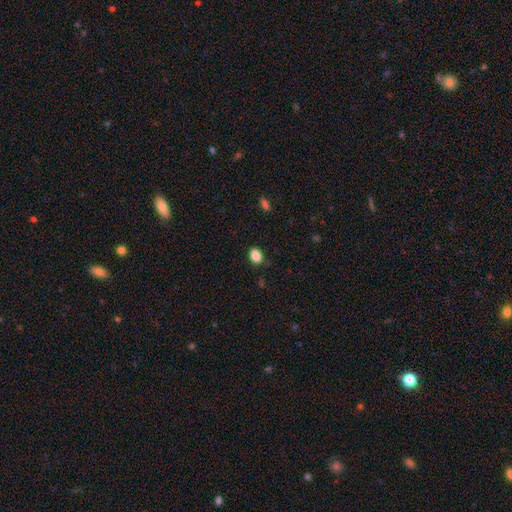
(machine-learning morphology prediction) This appears to be a smooth galaxy with no disk features (88%) that is in between round and cigar-shaped (74%). Merging: none (83%).